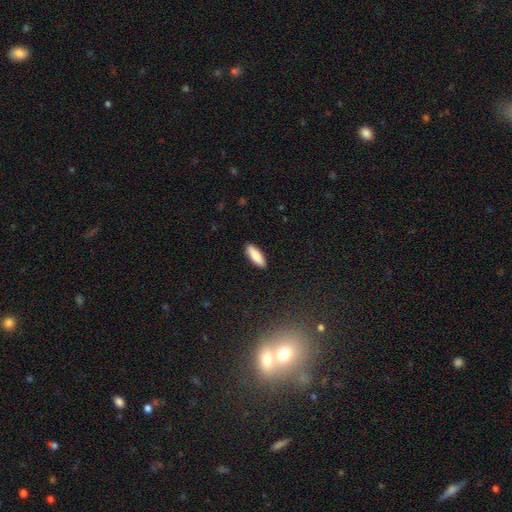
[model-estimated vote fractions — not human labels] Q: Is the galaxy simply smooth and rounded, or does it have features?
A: smooth — 85%.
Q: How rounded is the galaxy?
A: in between — 59%.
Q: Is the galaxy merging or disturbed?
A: none — 90%.